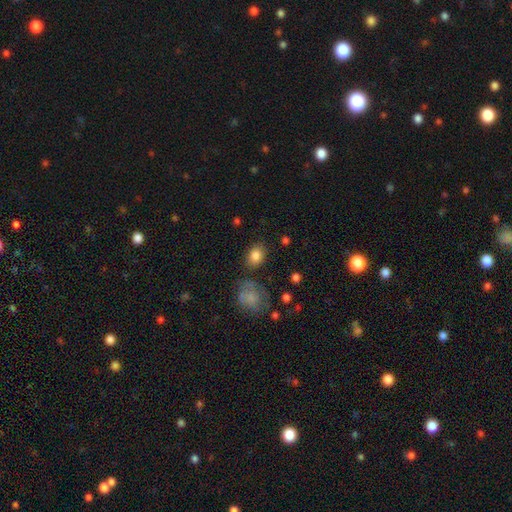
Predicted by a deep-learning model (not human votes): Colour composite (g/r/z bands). It shows a smooth galaxy with no disk features (84%) that is in between round and cigar-shaped (62%). Merging: none (79%).